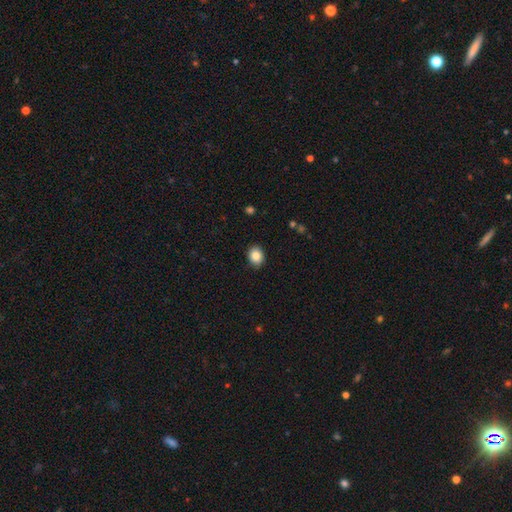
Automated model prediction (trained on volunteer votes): Smooth or featured: smooth — 85% (star or artifact — 9%)
How rounded: round — 52% (in between — 47%)
Merging: none — 88% (minor disturbance — 9%)